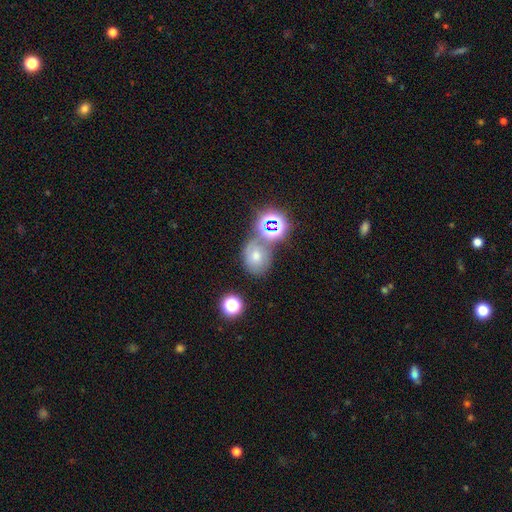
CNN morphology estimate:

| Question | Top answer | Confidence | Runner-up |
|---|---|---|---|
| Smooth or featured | smooth | 43% | star or artifact (36%) |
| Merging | none | 60% | merger (20%) |